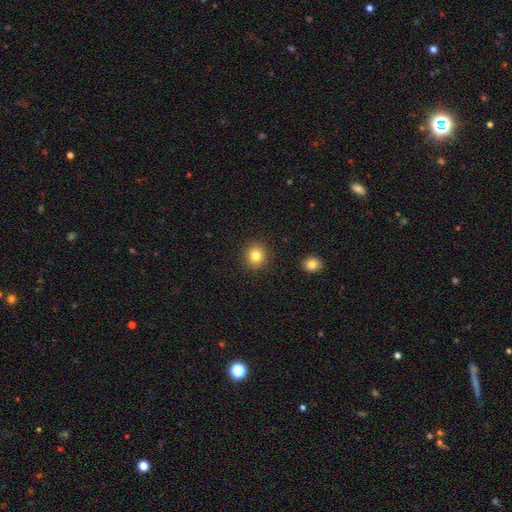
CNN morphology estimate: The model was most divided on "smooth or featured": smooth: 82%, star or artifact: 11%, featured or disk: 7%. More confident: merging — none (90%); how rounded — round (88%).